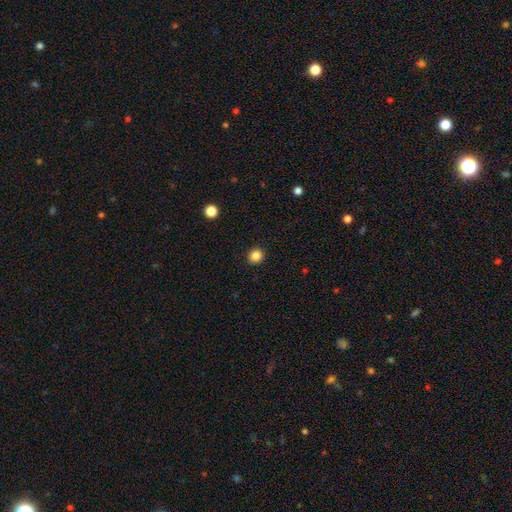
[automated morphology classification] Smooth or featured? smooth (85%)
How rounded? round (88%)
Merging? none (92%)